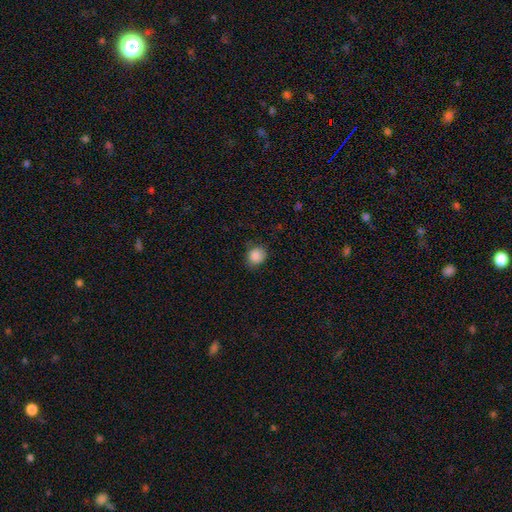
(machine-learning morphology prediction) A smooth galaxy with no disk features (88%) that is round (76%). Merging: none (79%).